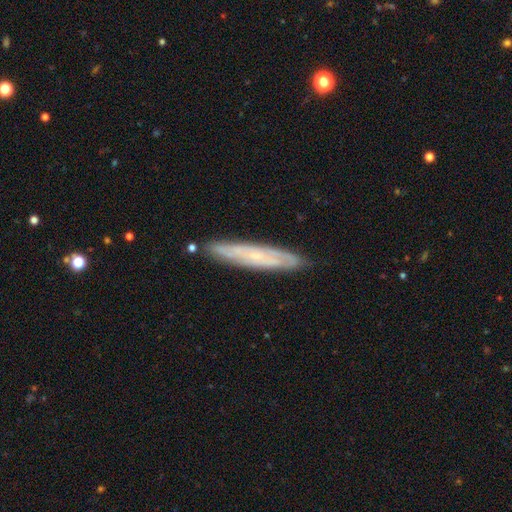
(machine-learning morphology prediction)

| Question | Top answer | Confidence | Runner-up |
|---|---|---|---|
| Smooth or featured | featured or disk | 61% | smooth (32%) |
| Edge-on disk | yes | 60% | no (40%) |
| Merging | none | 84% | minor disturbance (12%) |